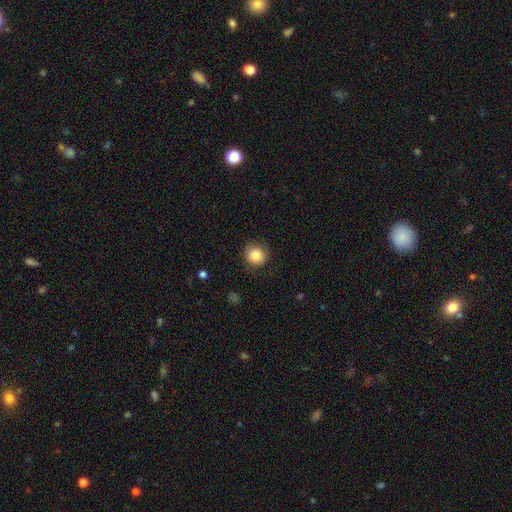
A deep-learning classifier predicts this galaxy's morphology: smooth 84%, star or artifact 10%, featured or disk 6%. Down the decision tree: how rounded — round (89%); merging — none (86%).